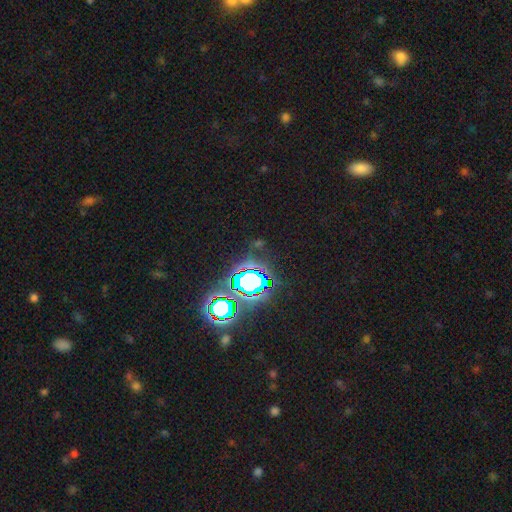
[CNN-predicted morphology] This appears to be a star or artifact, not a galaxy (80%).